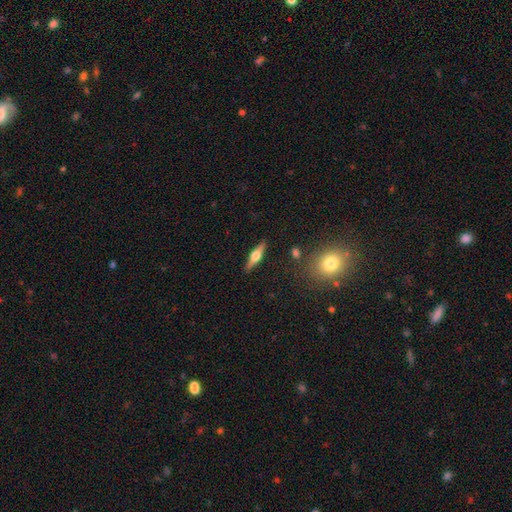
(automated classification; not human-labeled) Smooth or featured?
  - featured or disk: 65% *
  - smooth: 29%
  - star or artifact: 6%
Edge-on disk?
  - yes: 96% *
  - no: 4%
Edge-on bulge?
  - rounded: 94% *
  - boxy: 5%
  - none: 2%
Merging?
  - none: 89% *
  - minor disturbance: 7%
  - major disturbance: 2%
  - merger: 2%